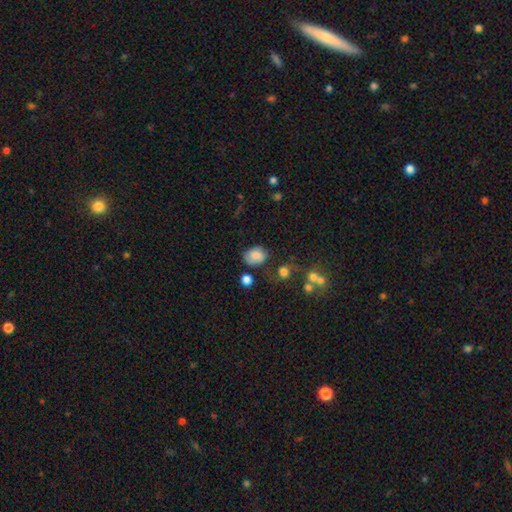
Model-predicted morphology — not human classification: This appears to be a smooth galaxy with no disk features (79%) that is in between round and cigar-shaped (64%). Merging: none (64%).